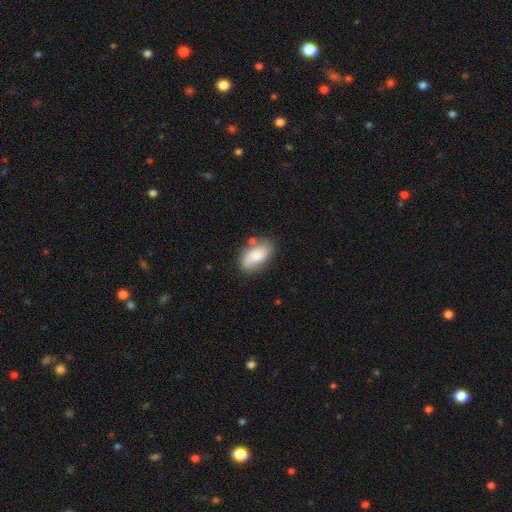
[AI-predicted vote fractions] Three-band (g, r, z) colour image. It shows a smooth galaxy with no disk features (76%) that is in between round and cigar-shaped (92%). Merging: none (66%).